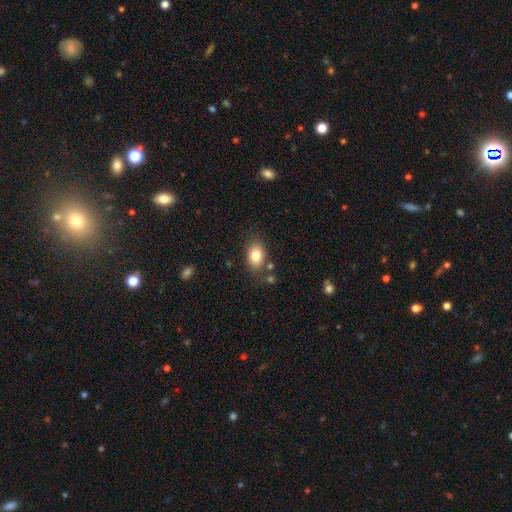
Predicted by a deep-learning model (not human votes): smooth 81%, featured or disk 10%, star or artifact 9%. Down the decision tree: how rounded — in between (83%); merging — none (77%).